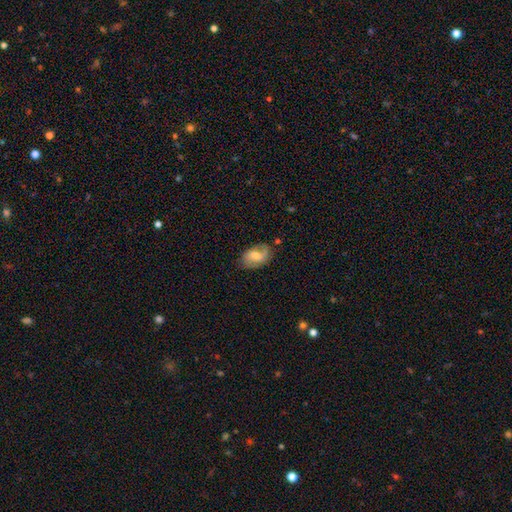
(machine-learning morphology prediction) smooth_or_featured: featured or disk (p=0.55) [alt: smooth p=0.38]
disk_edge_on: no (p=0.96) [alt: yes p=0.04]
bar: weak (p=0.47) [alt: no p=0.39]
has_spiral_arms: yes (p=0.84) [alt: no p=0.16]
bulge_size: moderate (p=0.57) [alt: small p=0.34]
merging: none (p=0.69) [alt: minor disturbance p=0.22]